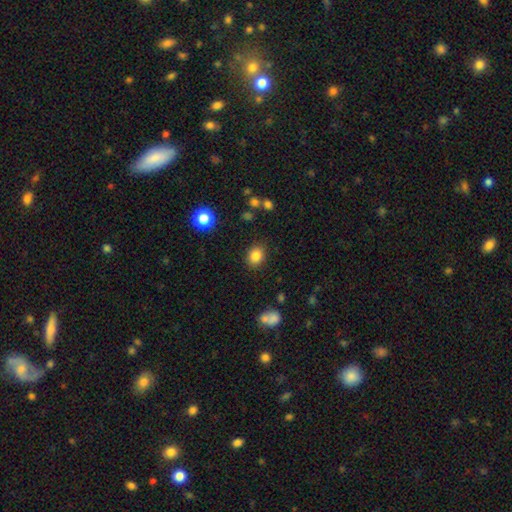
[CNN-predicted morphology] This is clearly a smooth galaxy (84%). How rounded: possibly round (52%). Merging: clearly none (85%).